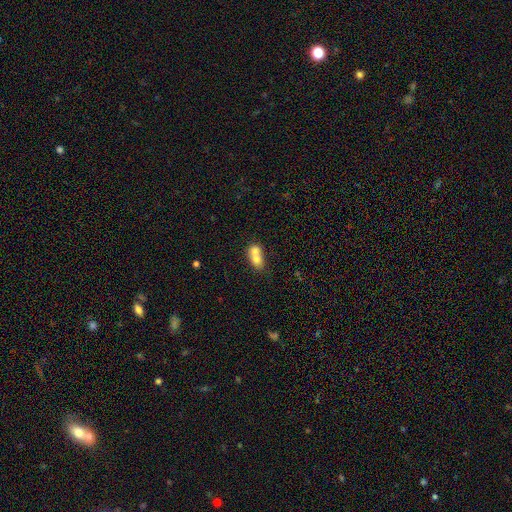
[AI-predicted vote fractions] Smooth or featured? smooth (69%)
How rounded? in between (50%)
Merging? merger (74%)